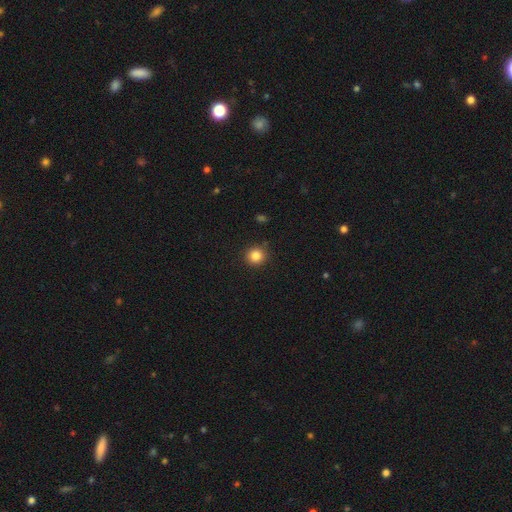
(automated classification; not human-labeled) Overall: smooth (84%). How rounded: round (91%). Merging: none (90%).